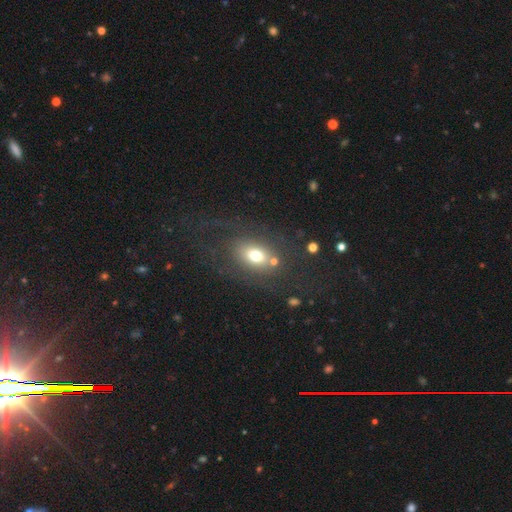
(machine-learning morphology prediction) smooth 68%, featured or disk 19%, star or artifact 14%. Down the decision tree: how rounded — in between (67%); merging — none (68%).